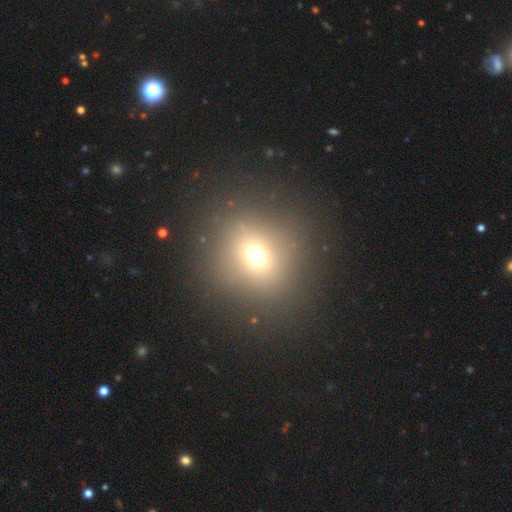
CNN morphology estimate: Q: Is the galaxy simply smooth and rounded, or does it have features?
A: smooth — 65%.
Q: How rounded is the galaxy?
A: round — 85%.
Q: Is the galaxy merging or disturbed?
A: none — 88%.